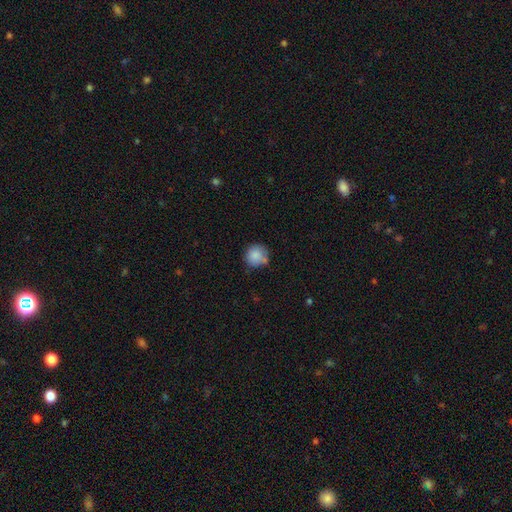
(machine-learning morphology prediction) This is clearly a smooth galaxy (86%). How rounded: clearly round (91%). Merging: likely none (67%).